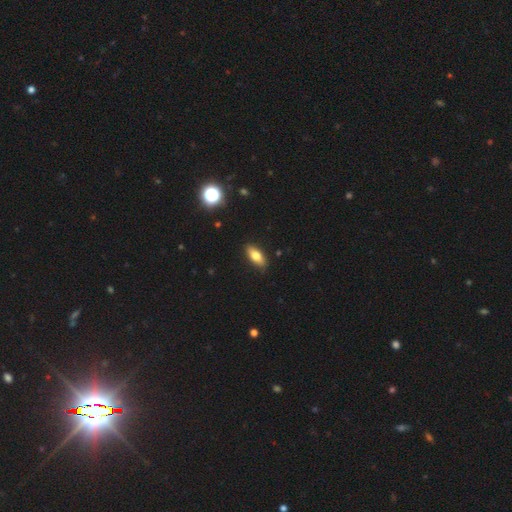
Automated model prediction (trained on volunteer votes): Q: Smooth or featured?
A: smooth (78%); runner-up: featured or disk (14%)
Q: How rounded?
A: in between (81%); runner-up: cigar-shaped (16%)
Q: Merging?
A: none (87%); runner-up: minor disturbance (10%)